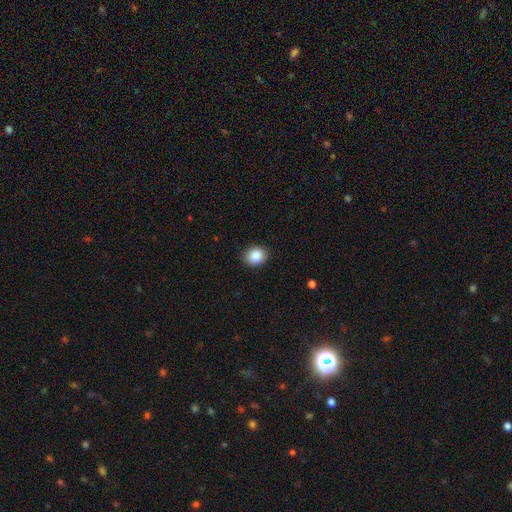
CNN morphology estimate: Smooth or featured? smooth (88%)
How rounded? round (59%)
Merging? none (89%)